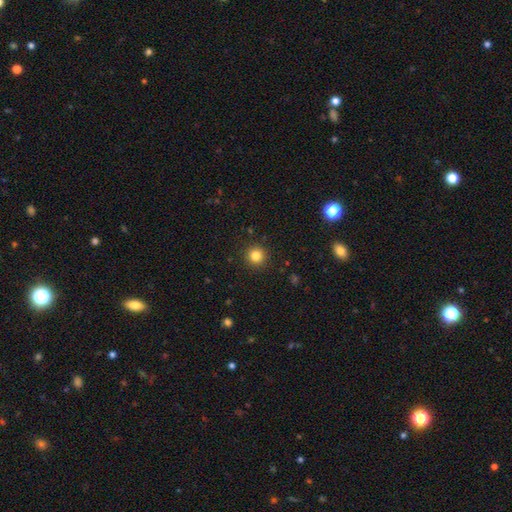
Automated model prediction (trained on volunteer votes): Morphology: type=smooth (83%); roundness=round (95%); merging=none (91%).